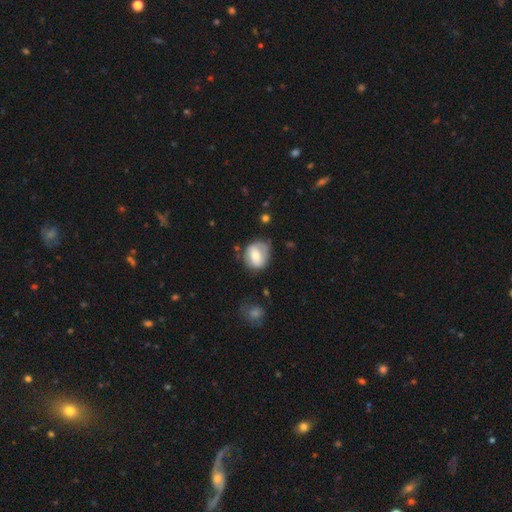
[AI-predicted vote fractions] Morphology: type=smooth (57%); roundness=round (72%); merging=none (62%).